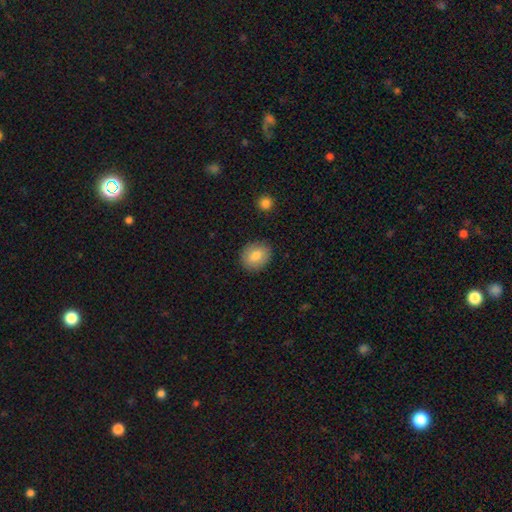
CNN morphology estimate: Smooth or featured? smooth (81%)
How rounded? round (54%)
Merging? none (87%)